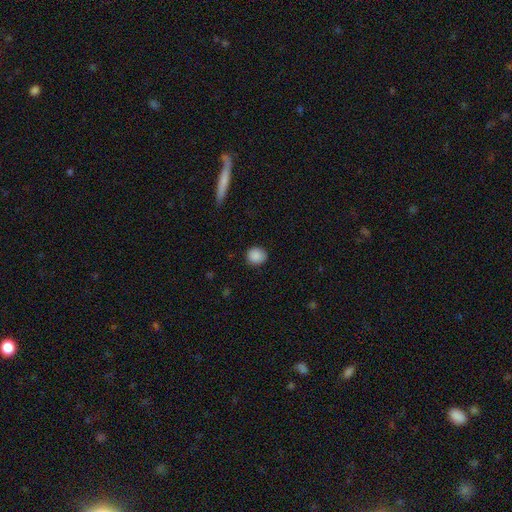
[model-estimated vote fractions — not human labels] Q: Smooth or featured?
A: smooth (89%); runner-up: star or artifact (8%)
Q: How rounded?
A: round (86%); runner-up: in between (13%)
Q: Merging?
A: none (88%); runner-up: minor disturbance (8%)